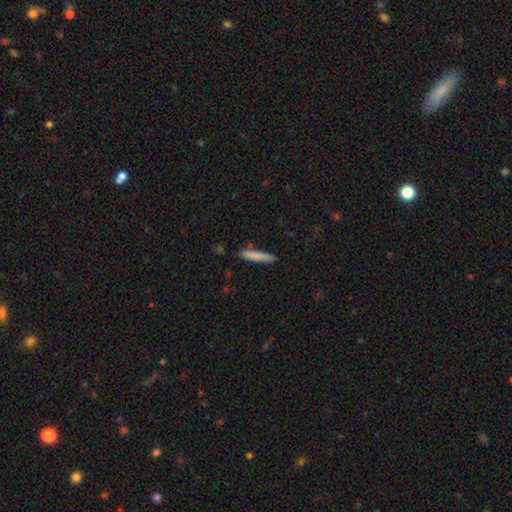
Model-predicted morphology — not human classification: A smooth galaxy with no disk features (82%) that is cigar-shaped (90%).

Vote fractions:
- Smooth or featured? smooth: 82% / featured or disk: 11% / star or artifact: 6%
- How rounded? cigar-shaped: 90% / in between: 8% / round: 1%
- Merging? none: 83% / minor disturbance: 12% / merger: 3% / major disturbance: 2%